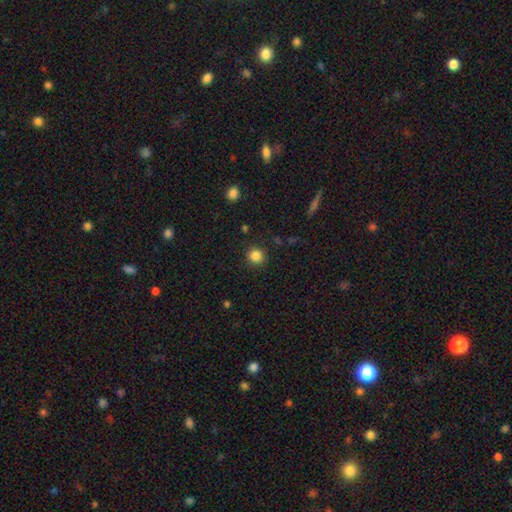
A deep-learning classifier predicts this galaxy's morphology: This is clearly a smooth galaxy (84%). How rounded: clearly round (91%). Merging: clearly none (90%).